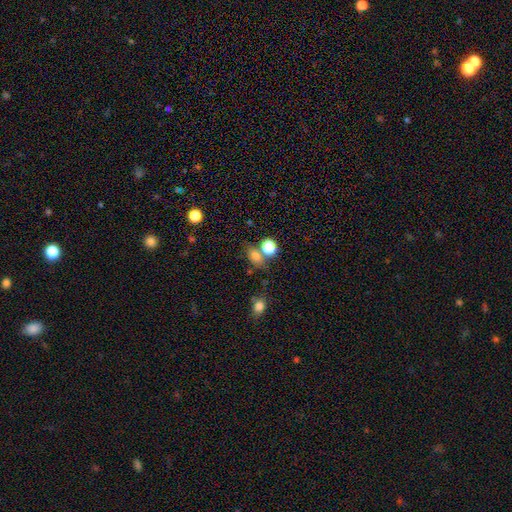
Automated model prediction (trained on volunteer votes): smooth-or-featured: smooth: 75% | star or artifact: 16% | featured or disk: 9%
  how-rounded: in between: 66% | round: 31% | cigar-shaped: 3%
  merging: none: 56% | merger: 25% | minor disturbance: 14% | major disturbance: 6%